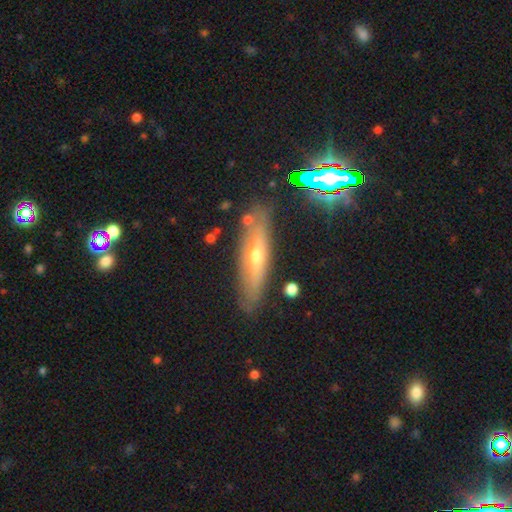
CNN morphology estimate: Q: Smooth or featured?
A: featured or disk (55%); runner-up: smooth (32%)
Q: Edge-on disk?
A: yes (74%); runner-up: no (26%)
Q: Merging?
A: none (81%); runner-up: minor disturbance (13%)